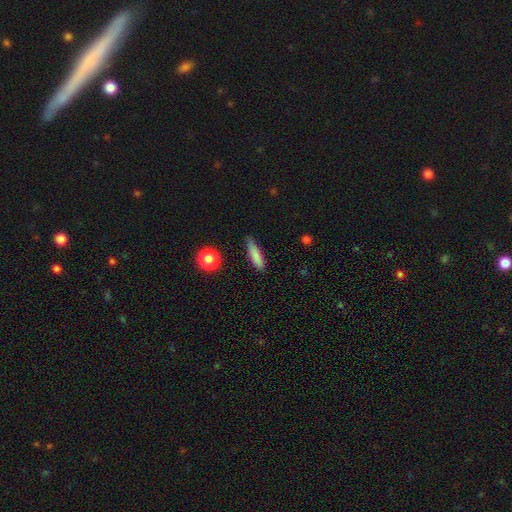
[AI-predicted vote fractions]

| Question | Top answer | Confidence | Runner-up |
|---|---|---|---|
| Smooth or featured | smooth | 80% | featured or disk (11%) |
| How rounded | cigar-shaped | 73% | in between (24%) |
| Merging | none | 77% | minor disturbance (18%) |